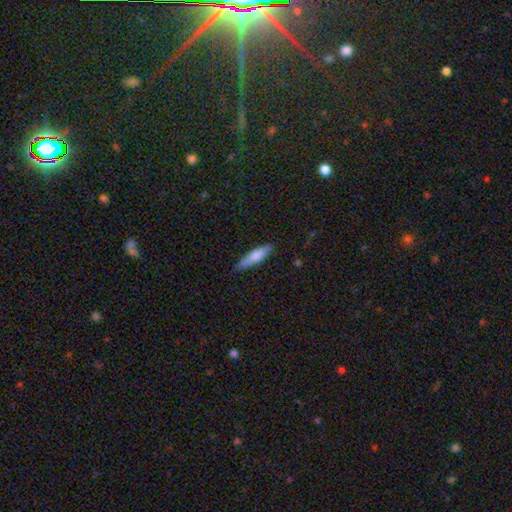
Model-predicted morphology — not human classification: smooth-or-featured: smooth: 74% | featured or disk: 20% | star or artifact: 6%
  how-rounded: cigar-shaped: 70% | in between: 29% | round: 2%
  merging: none: 76% | minor disturbance: 19% | major disturbance: 3% | merger: 1%